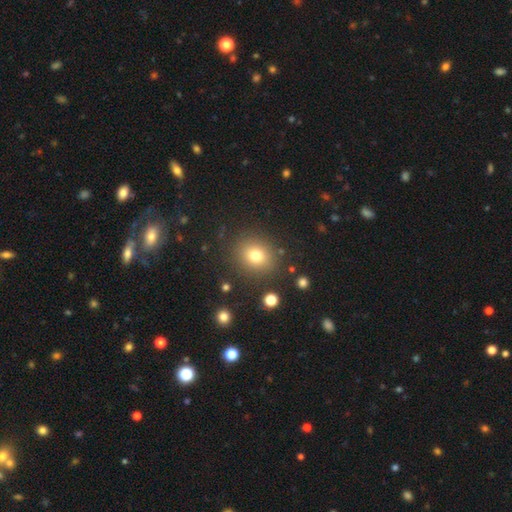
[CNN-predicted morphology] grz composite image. It shows a smooth galaxy with no disk features (76%) that is round (75%). Merging: none (86%).